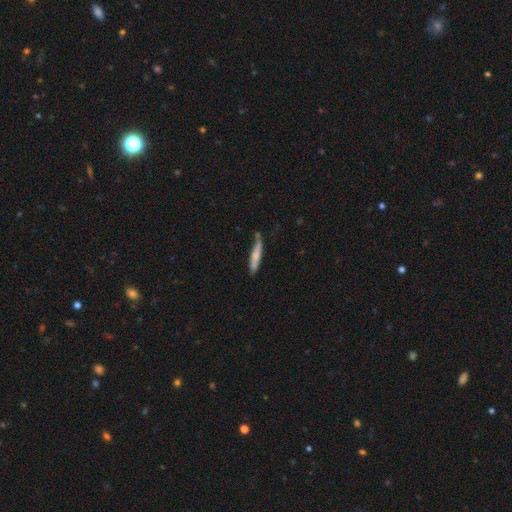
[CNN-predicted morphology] This is likely a smooth galaxy (64%). How rounded: clearly cigar-shaped (90%). Merging: likely none (61%).